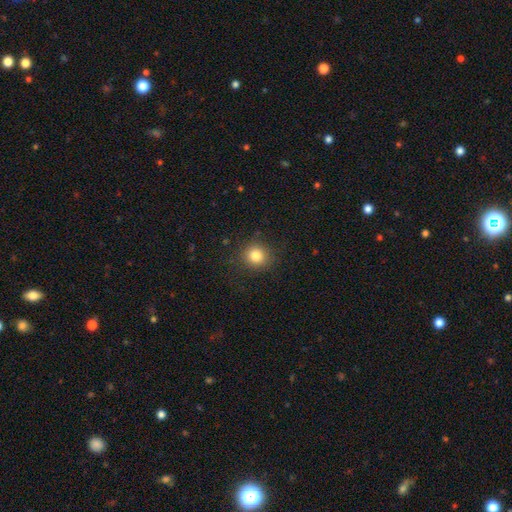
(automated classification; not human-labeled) Overall: smooth (82%). How rounded: round (88%). Merging: none (87%).